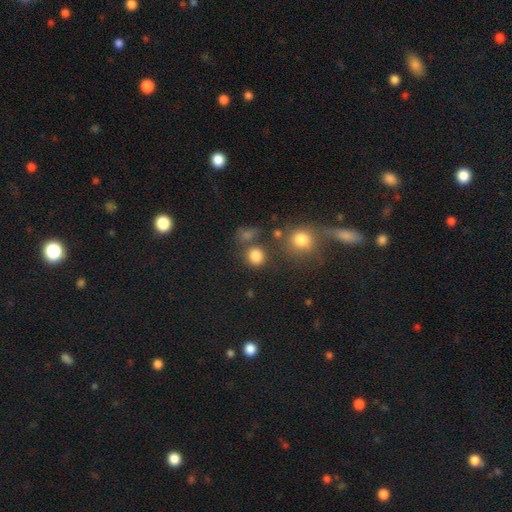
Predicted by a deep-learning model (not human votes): The model was most divided on "merging": none: 71%, merger: 13%, minor disturbance: 11%, major disturbance: 5%. More confident: how rounded — round (83%); smooth or featured — smooth (81%).